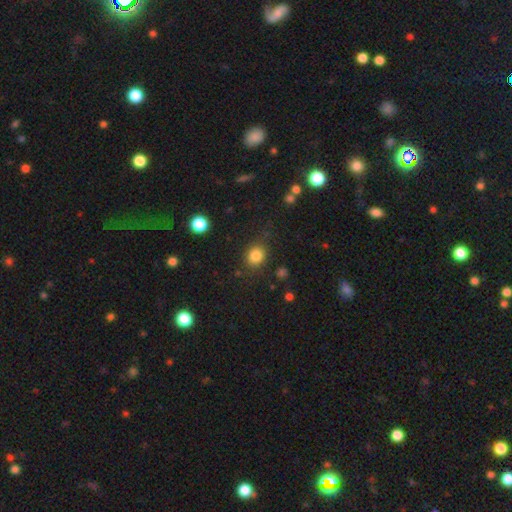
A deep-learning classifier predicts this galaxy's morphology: A smooth galaxy with no disk features (83%) that is round (67%). Merging: none (82%).